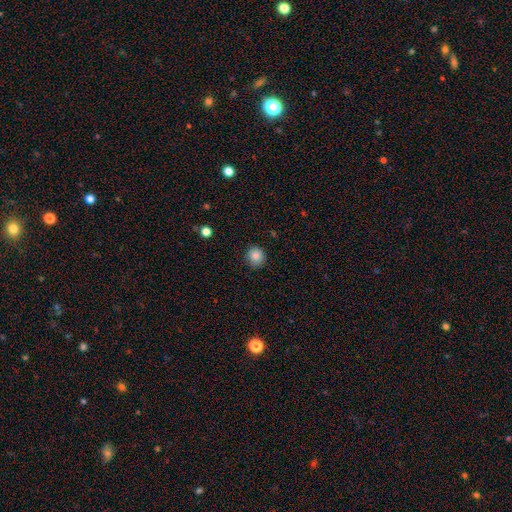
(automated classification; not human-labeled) smooth-or-featured: smooth: 85% | star or artifact: 10% | featured or disk: 5%
  how-rounded: round: 90% | in between: 9% | cigar-shaped: 1%
  merging: none: 88% | minor disturbance: 9% | major disturbance: 2% | merger: 1%